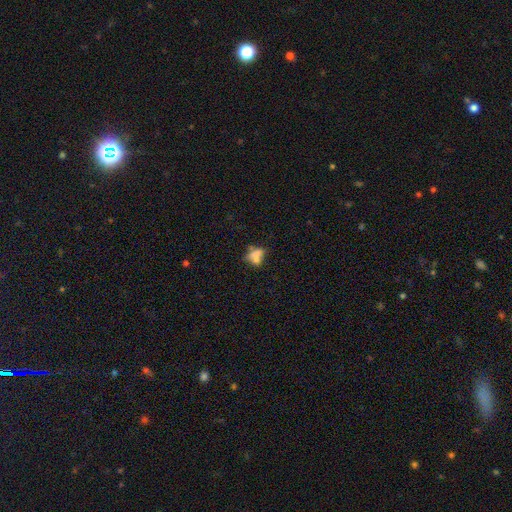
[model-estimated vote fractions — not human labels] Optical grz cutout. It shows a smooth galaxy with no disk features (63%) that is in between round and cigar-shaped (62%). Merging: merger (36%, tied with none).